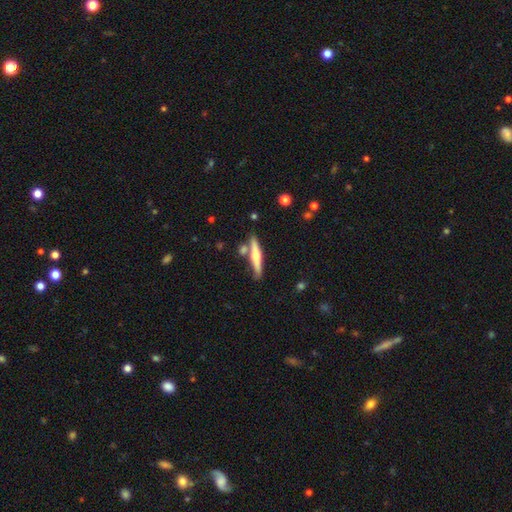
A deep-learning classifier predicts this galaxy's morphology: A featured or disk galaxy (56%) viewed edge-on (96%) with a rounded central bulge (85%). Merging: none (76%).